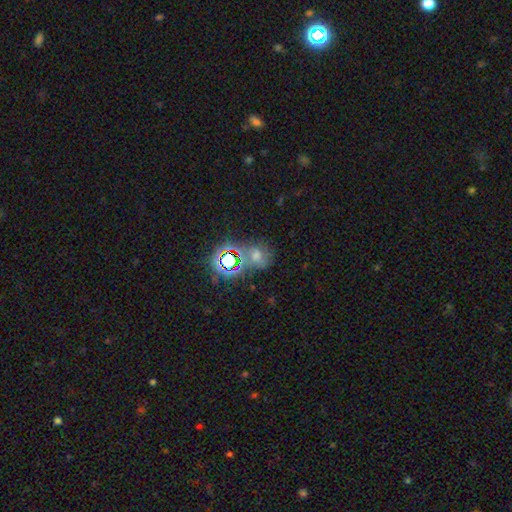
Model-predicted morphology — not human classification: smooth_or_featured: star or artifact (p=0.57) [alt: smooth p=0.29]